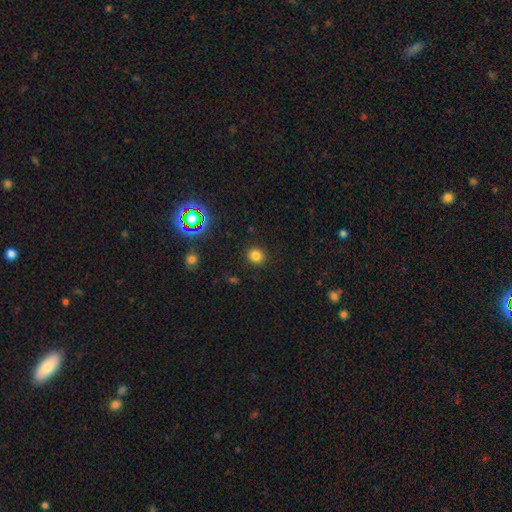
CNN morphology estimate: Smooth or featured? smooth (80%)
How rounded? round (85%)
Merging? none (90%)